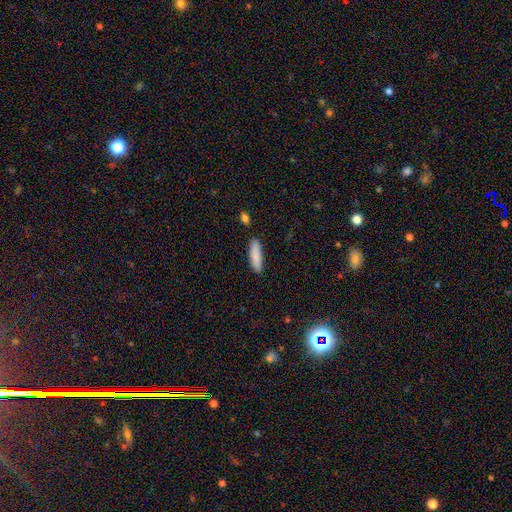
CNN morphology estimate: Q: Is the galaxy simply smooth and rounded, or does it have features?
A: smooth — 87%.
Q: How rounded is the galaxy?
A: cigar-shaped — 65%.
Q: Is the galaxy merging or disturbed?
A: none — 86%.